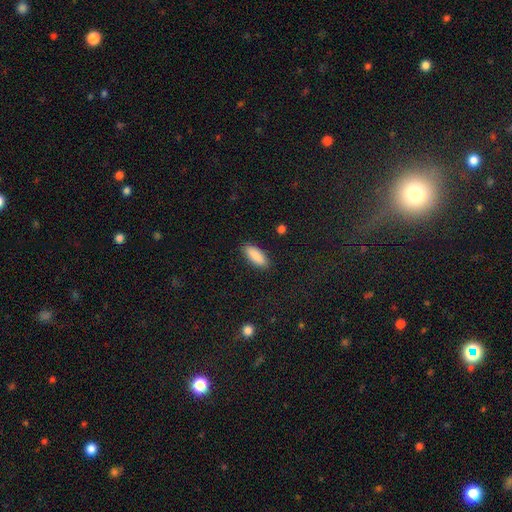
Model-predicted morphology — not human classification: A smooth galaxy with no disk features (90%) that is in between round and cigar-shaped (74%). Merging: none (88%).